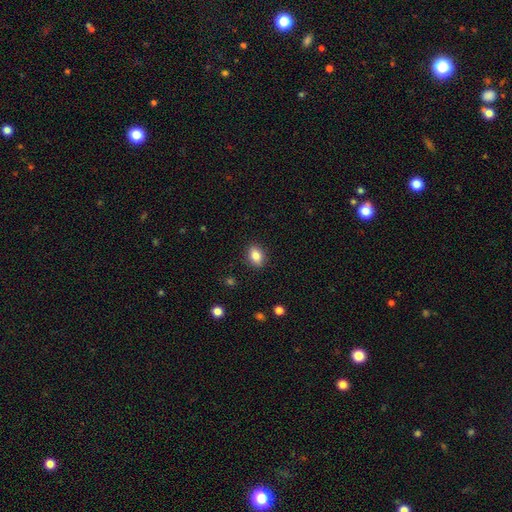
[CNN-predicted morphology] smooth 85%, star or artifact 9%, featured or disk 6%. Down the decision tree: how rounded — in between (74%); merging — none (88%).